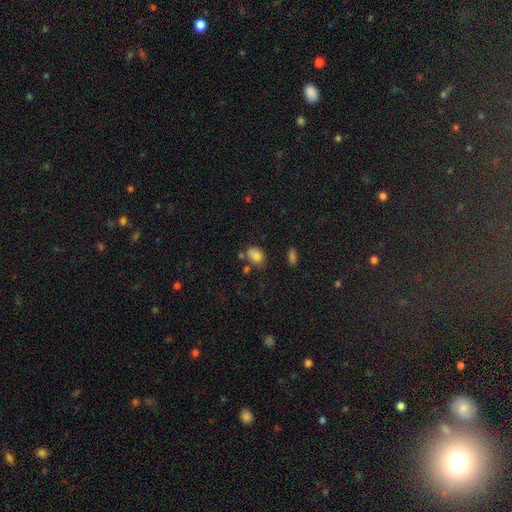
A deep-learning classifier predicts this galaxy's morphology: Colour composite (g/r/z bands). It shows a smooth galaxy with no disk features (81%) that is in between round and cigar-shaped (69%). Merging: none (56%).